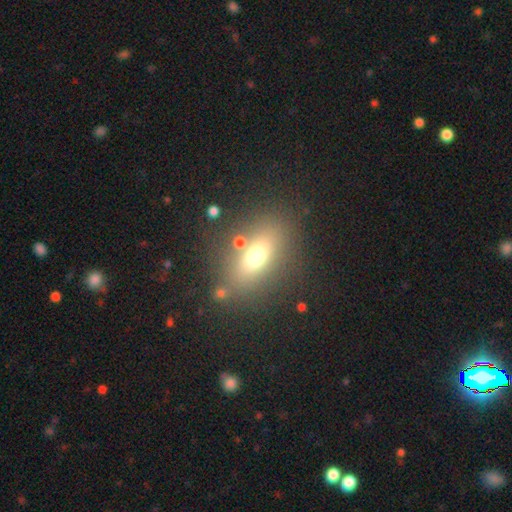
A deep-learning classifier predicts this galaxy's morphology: smooth_or_featured: smooth (p=0.65) [alt: featured or disk p=0.20]
how_rounded: in between (p=0.72) [alt: round p=0.18]
merging: none (p=0.75) [alt: minor disturbance p=0.11]